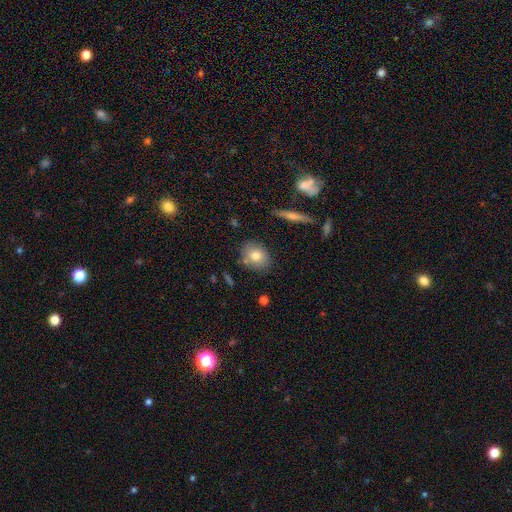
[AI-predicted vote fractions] This appears to be a smooth galaxy with no disk features (76%) that is round (53%). Merging: none (80%).